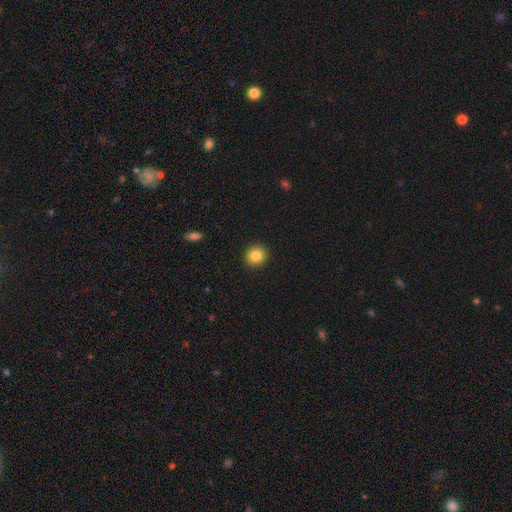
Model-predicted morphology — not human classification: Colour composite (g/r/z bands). It shows a smooth galaxy with no disk features (85%) that is round (92%). Merging: none (92%).